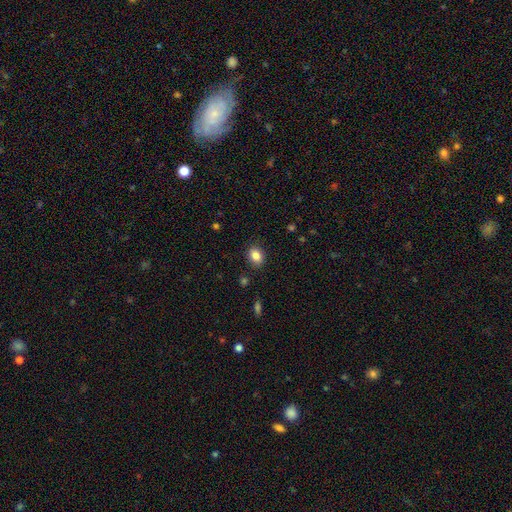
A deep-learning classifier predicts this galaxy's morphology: A smooth galaxy with no disk features (86%) that is in between round and cigar-shaped (67%).

Vote fractions:
- Smooth or featured? smooth: 86% / star or artifact: 9% / featured or disk: 5%
- How rounded? in between: 67% / round: 31% / cigar-shaped: 1%
- Merging? none: 87% / minor disturbance: 9% / major disturbance: 2% / merger: 1%